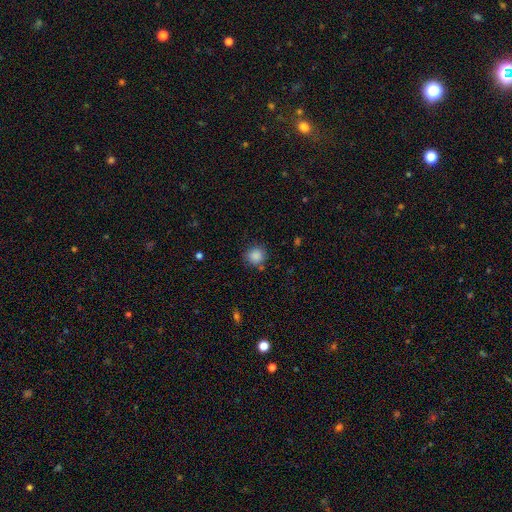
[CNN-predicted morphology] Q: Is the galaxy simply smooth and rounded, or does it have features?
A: smooth — 87%.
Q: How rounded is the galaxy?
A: round — 90%.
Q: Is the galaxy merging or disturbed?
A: none — 80%.